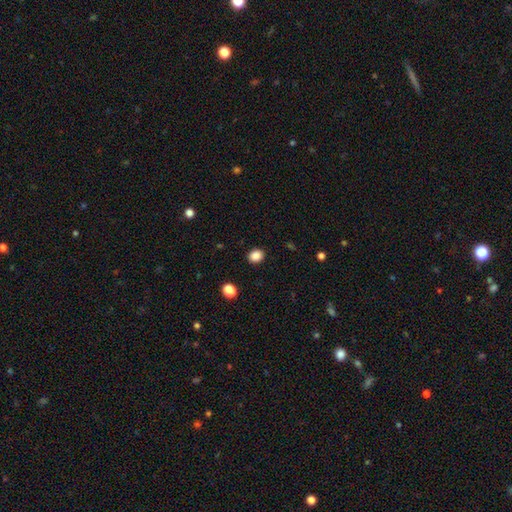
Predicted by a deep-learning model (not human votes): smooth 87%, star or artifact 10%, featured or disk 3%. Down the decision tree: how rounded — round (60%); merging — none (90%).